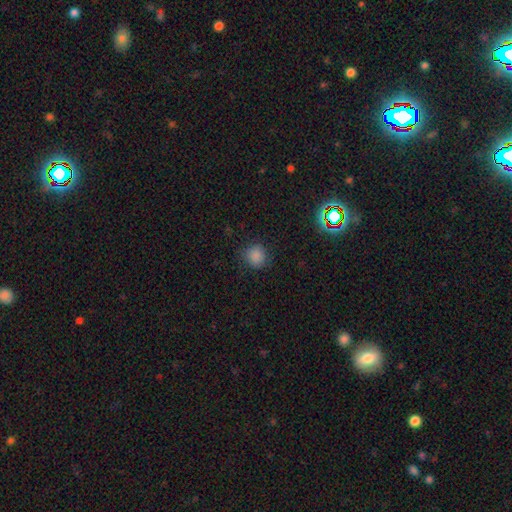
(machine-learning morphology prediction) This appears to be a smooth galaxy with no disk features (83%) that is round (87%). Merging: none (82%).